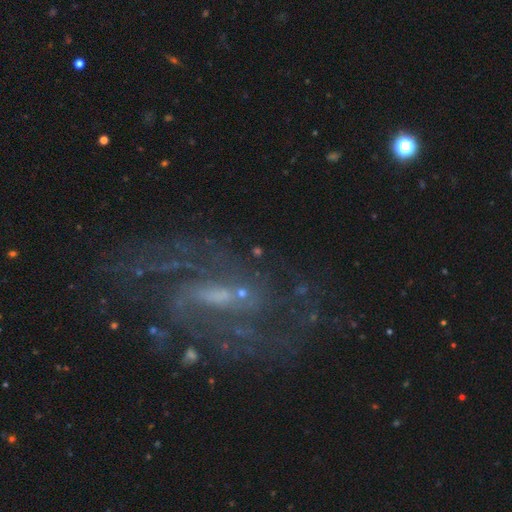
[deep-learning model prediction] smooth-or-featured: featured or disk: 78% | star or artifact: 14% | smooth: 8%
  disk-edge-on: no: 91% | yes: 9%
    bar: weak: 43% | strong: 40% | no: 17%
    has-spiral-arms: yes: 88% | no: 12%
      spiral-winding: medium: 43% | tight: 33% | loose: 23%
      spiral-arm-count: 2: 48% | can't tell: 28% | 3: 7% | 1: 6% | 4: 6% | more than 4: 5%
    bulge-size: small: 56% | moderate: 22% | none: 18% | large: 3% | dominant: 1%
  merging: none: 70% | minor disturbance: 15% | major disturbance: 12% | merger: 2%